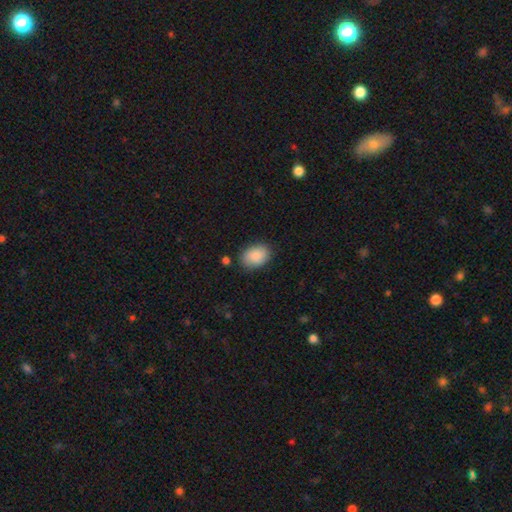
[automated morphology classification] smooth-or-featured: smooth: 87% | star or artifact: 7% | featured or disk: 6%
  how-rounded: in between: 76% | round: 23% | cigar-shaped: 1%
  merging: none: 83% | minor disturbance: 12% | major disturbance: 3% | merger: 2%